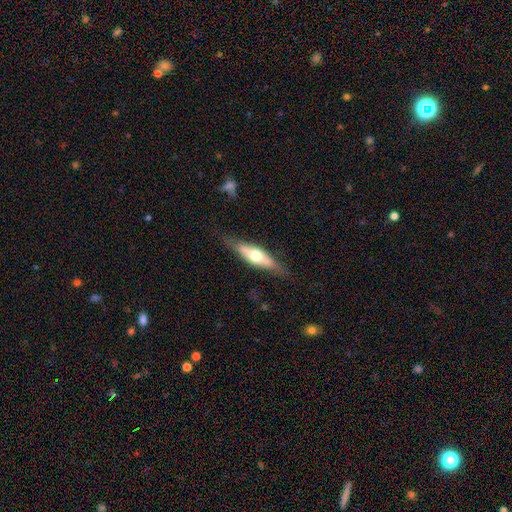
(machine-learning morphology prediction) A featured or disk galaxy (50%).

Vote fractions:
- Smooth or featured? featured or disk: 50% / smooth: 45% / star or artifact: 6%
- Merging? none: 78% / minor disturbance: 16% / major disturbance: 5% / merger: 1%